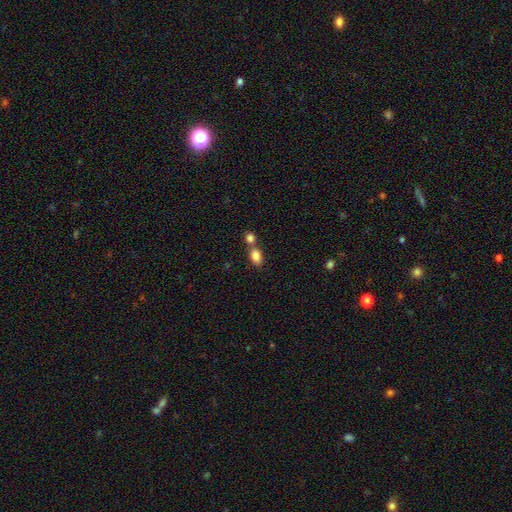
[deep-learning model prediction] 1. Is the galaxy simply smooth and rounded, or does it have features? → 85% smooth, 9% star or artifact, 7% featured or disk.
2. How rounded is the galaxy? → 83% in between, 15% round, 2% cigar-shaped.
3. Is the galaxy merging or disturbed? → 47% none, 41% merger, 9% minor disturbance, 3% major disturbance.